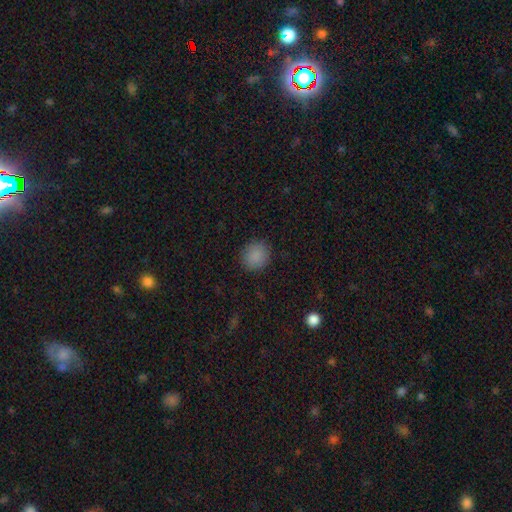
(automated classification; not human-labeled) Smooth or featured: smooth — 87% (star or artifact — 10%)
How rounded: round — 83% (in between — 16%)
Merging: none — 89% (minor disturbance — 8%)